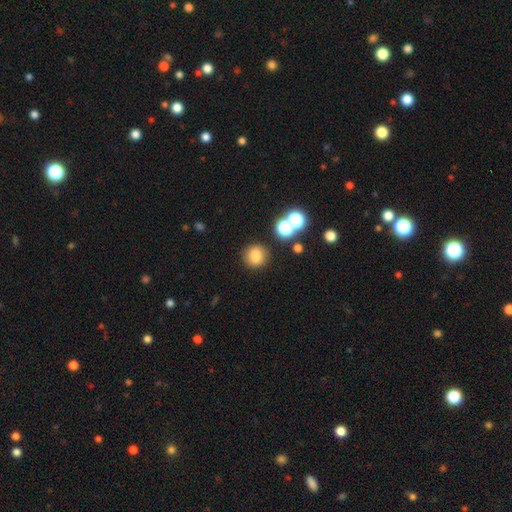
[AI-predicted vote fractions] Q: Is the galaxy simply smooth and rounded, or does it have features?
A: smooth — 79%.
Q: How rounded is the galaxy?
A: round — 92%.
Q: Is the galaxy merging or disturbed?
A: none — 85%.